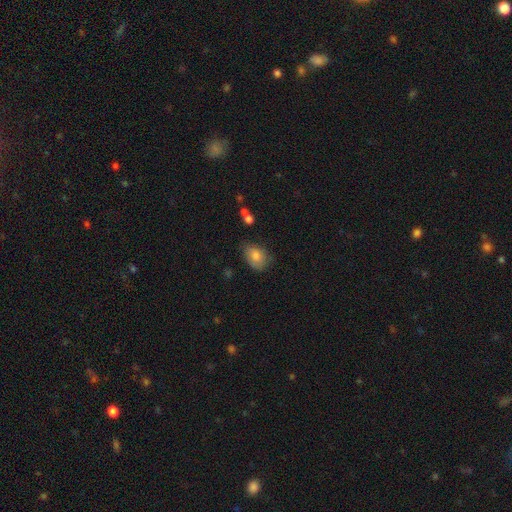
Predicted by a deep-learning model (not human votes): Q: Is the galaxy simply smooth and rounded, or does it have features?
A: smooth — 79%.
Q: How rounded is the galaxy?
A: in between — 79%.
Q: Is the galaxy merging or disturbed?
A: none — 64%.